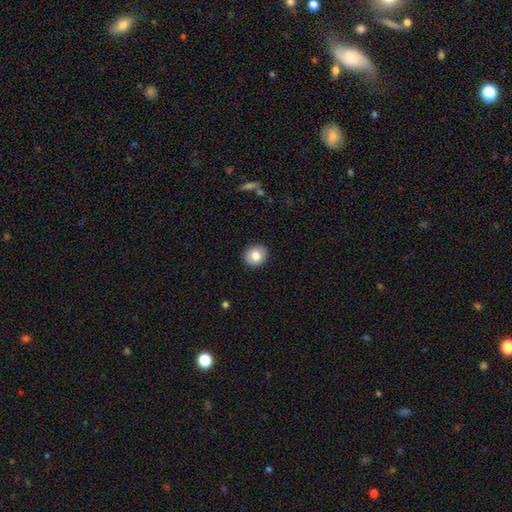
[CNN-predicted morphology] This appears to be a smooth galaxy with no disk features (80%) that is round (73%). Merging: none (90%).